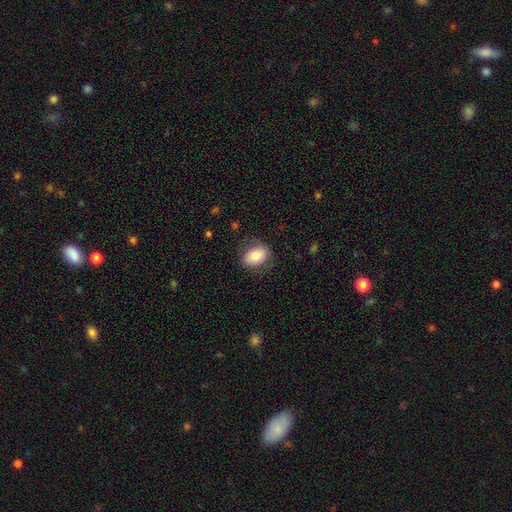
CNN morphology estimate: The model was most divided on "how rounded": in between: 80%, round: 19%, cigar-shaped: 1%. More confident: smooth or featured — smooth (81%); merging — none (78%).